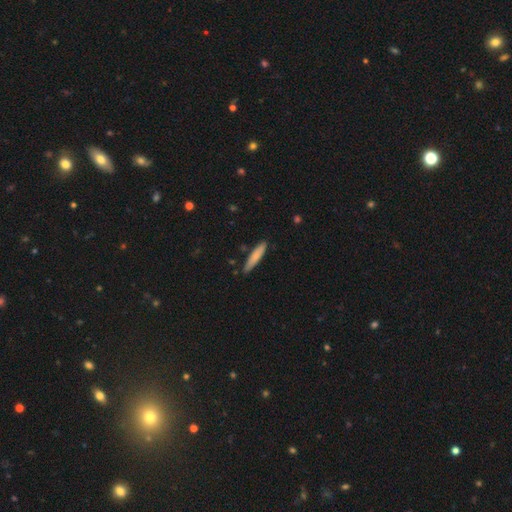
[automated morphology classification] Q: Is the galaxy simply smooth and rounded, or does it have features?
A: smooth — 80%.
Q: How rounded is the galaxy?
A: cigar-shaped — 87%.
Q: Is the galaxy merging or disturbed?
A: none — 83%.